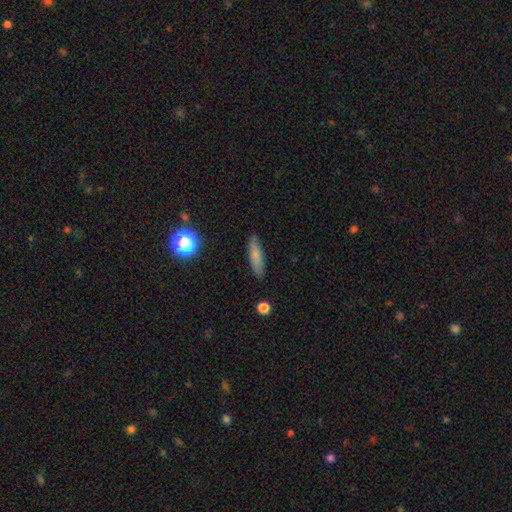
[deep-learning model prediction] A smooth galaxy with no disk features (72%) that is cigar-shaped (71%).

Vote fractions:
- Smooth or featured? smooth: 72% / featured or disk: 19% / star or artifact: 9%
- How rounded? cigar-shaped: 71% / in between: 26% / round: 3%
- Merging? none: 85% / minor disturbance: 11% / major disturbance: 2% / merger: 1%